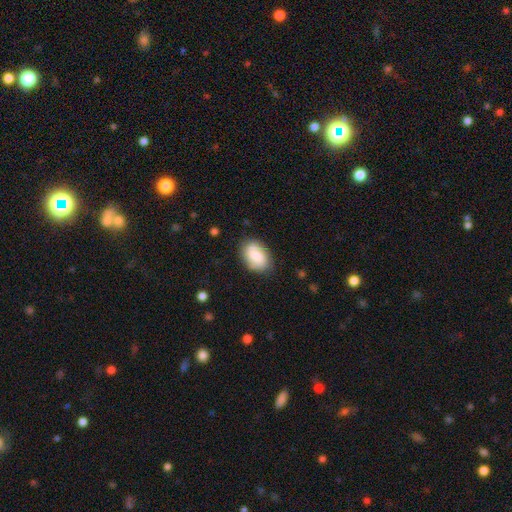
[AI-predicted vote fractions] Smooth or featured? Predicted: smooth (p=0.79). How rounded? Predicted: in between (p=0.87). Merging? Predicted: none (p=0.79).